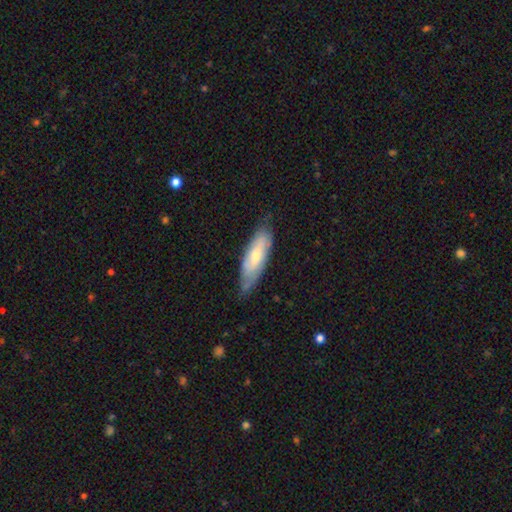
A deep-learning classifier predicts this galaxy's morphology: type=smooth (53%); roundness=in between (53%); merging=none (65%).